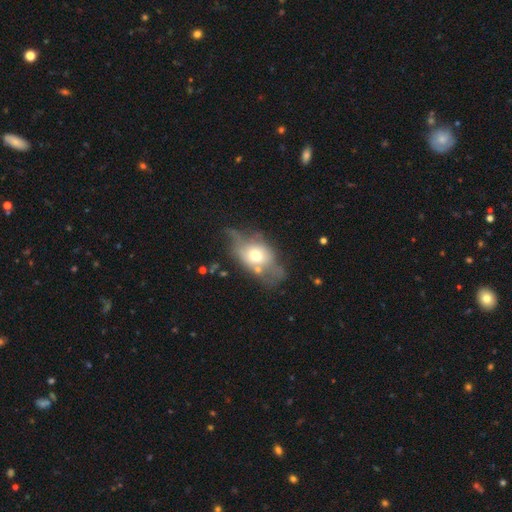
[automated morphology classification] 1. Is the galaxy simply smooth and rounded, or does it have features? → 51% smooth, 40% featured or disk, 9% star or artifact.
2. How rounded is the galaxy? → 69% in between, 27% round, 3% cigar-shaped.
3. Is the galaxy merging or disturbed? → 33% none, 31% major disturbance, 27% minor disturbance, 9% merger.